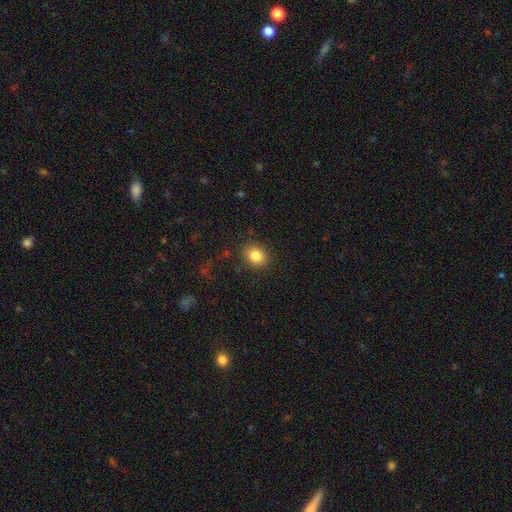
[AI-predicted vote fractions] Smooth or featured?
  - smooth: 84% *
  - star or artifact: 10%
  - featured or disk: 6%
How rounded?
  - round: 59% *
  - in between: 40%
  - cigar-shaped: 1%
Merging?
  - none: 87% *
  - minor disturbance: 9%
  - major disturbance: 3%
  - merger: 1%